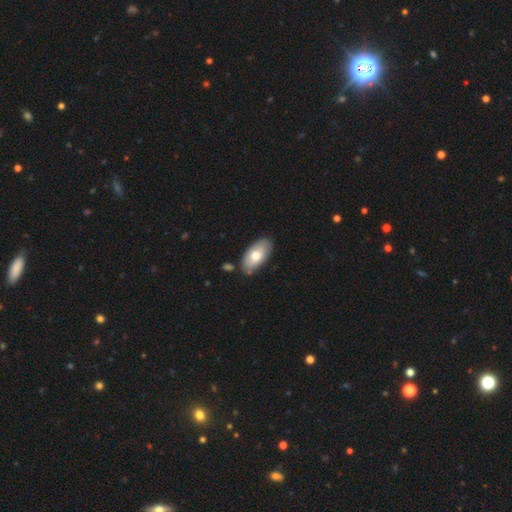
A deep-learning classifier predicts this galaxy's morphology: Smooth or featured? smooth (70%)
How rounded? in between (94%)
Merging? none (78%)